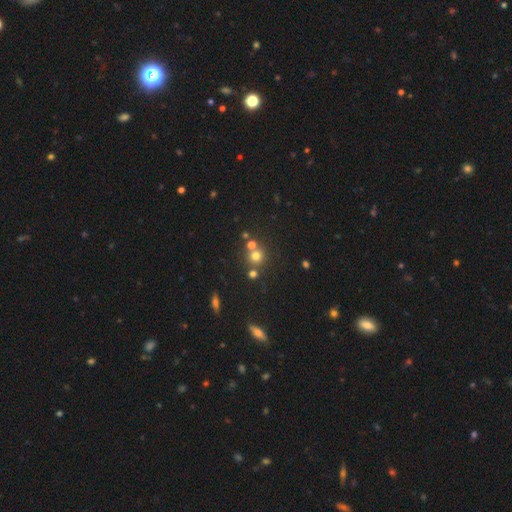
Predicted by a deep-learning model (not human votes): Smooth or featured? Predicted: smooth (p=0.68). How rounded? Predicted: round (p=0.88). Merging? Predicted: none (p=0.61).